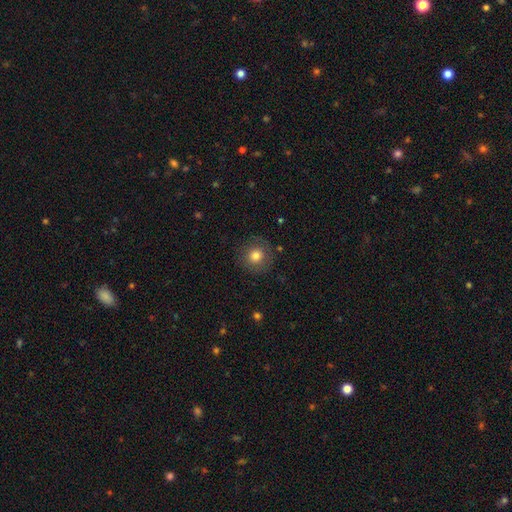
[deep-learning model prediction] Morphology: type=smooth (78%); roundness=round (93%); merging=none (86%).